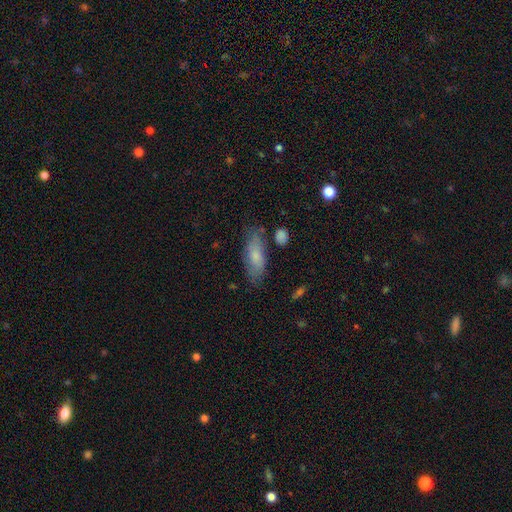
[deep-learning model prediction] Smooth or featured?
  - smooth: 72% *
  - featured or disk: 21%
  - star or artifact: 7%
How rounded?
  - in between: 71% *
  - cigar-shaped: 27%
  - round: 2%
Merging?
  - none: 72% *
  - minor disturbance: 19%
  - major disturbance: 5%
  - merger: 4%